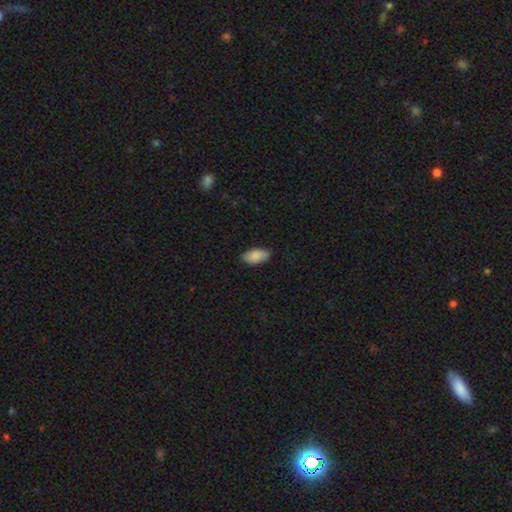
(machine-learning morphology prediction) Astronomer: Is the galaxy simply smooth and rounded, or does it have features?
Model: smooth — 88%.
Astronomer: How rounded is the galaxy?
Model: in between — 94%.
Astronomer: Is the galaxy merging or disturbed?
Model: none — 86%.